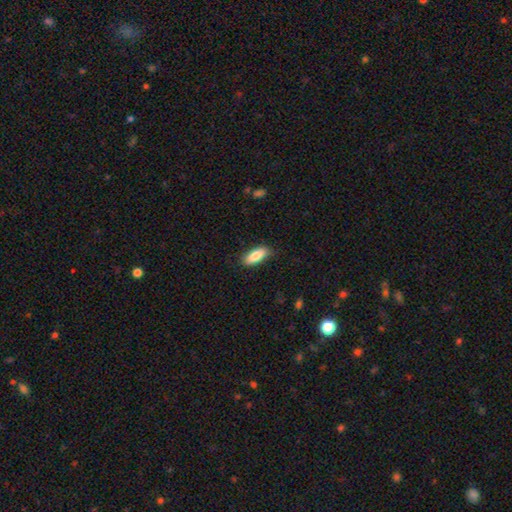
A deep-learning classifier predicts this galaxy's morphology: smooth 84%, featured or disk 10%, star or artifact 6%. Down the decision tree: how rounded — in between (75%); merging — none (84%).